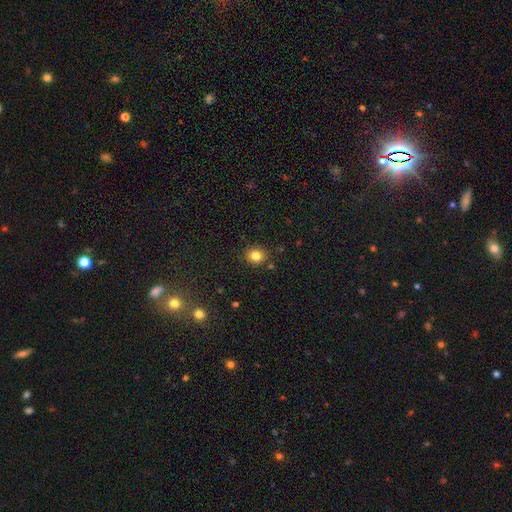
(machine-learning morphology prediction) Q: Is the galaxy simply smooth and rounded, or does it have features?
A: smooth — 82%.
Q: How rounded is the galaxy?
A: round — 78%.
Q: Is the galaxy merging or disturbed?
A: none — 88%.